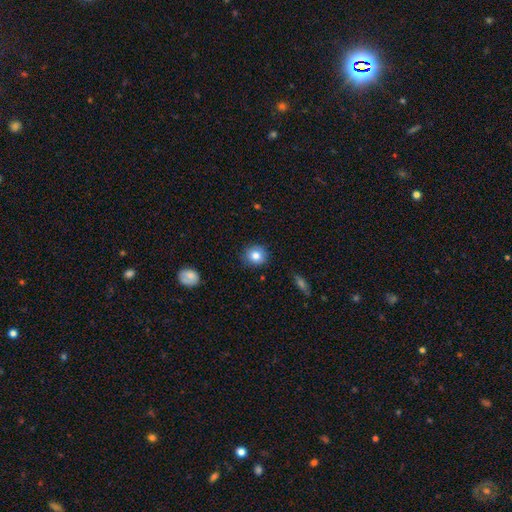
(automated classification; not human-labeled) A smooth galaxy with no disk features (82%) that is round (86%). Merging: none (87%).